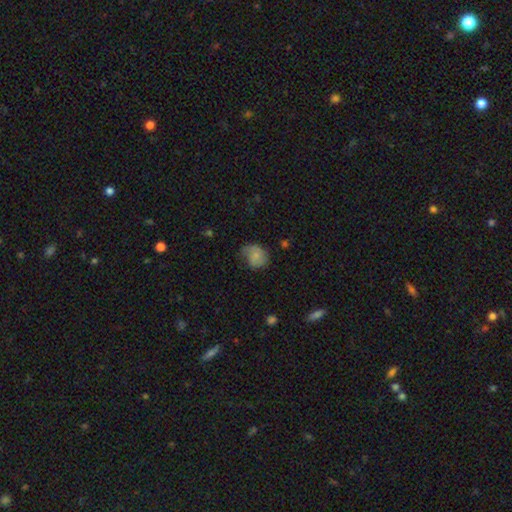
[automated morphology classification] smooth-or-featured: smooth: 65% | featured or disk: 26% | star or artifact: 9%
  how-rounded: round: 59% | in between: 40% | cigar-shaped: 1%
  merging: none: 42% | minor disturbance: 36% | major disturbance: 19% | merger: 2%